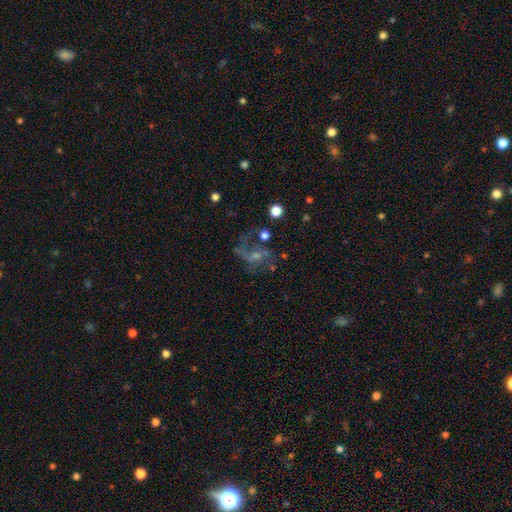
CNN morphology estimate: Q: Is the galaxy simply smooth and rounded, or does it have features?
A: featured or disk — 64%.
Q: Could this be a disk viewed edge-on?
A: no — 97%.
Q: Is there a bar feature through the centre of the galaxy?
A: no — 59%.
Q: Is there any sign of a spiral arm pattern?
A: yes — 71%.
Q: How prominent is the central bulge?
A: small — 53%.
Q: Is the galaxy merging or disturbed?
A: none — 38%.